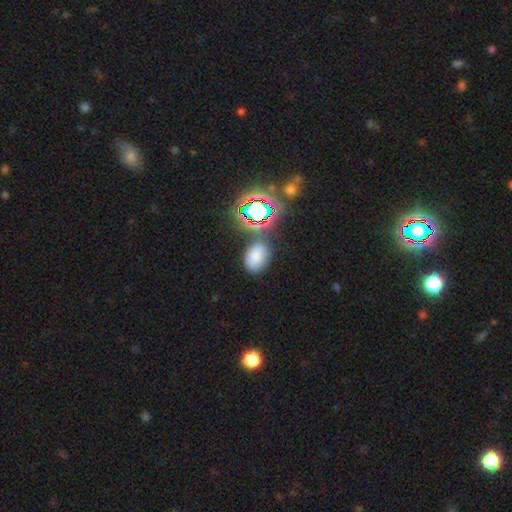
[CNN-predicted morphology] smooth_or_featured: smooth (p=0.70) [alt: star or artifact p=0.22]
how_rounded: in between (p=0.78) [alt: round p=0.21]
merging: none (p=0.66) [alt: minor disturbance p=0.19]